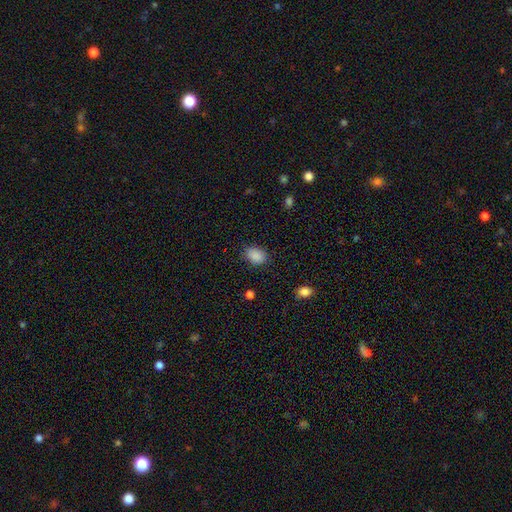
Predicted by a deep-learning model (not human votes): This is clearly a smooth galaxy (88%). How rounded: likely in between (79%). Merging: clearly none (83%).